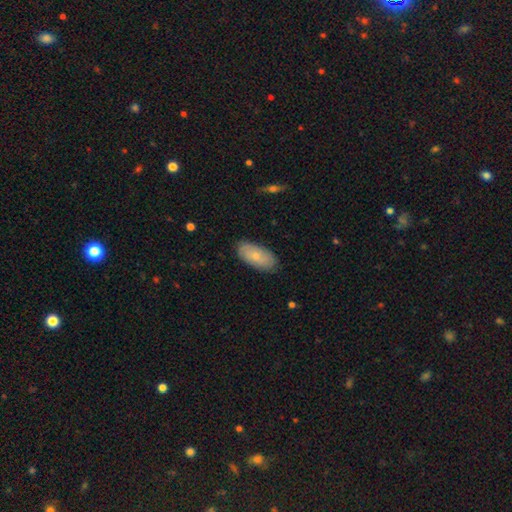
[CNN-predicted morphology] smooth-or-featured: smooth: 64% | featured or disk: 29% | star or artifact: 6%
  how-rounded: in between: 92% | cigar-shaped: 5% | round: 3%
  merging: none: 84% | minor disturbance: 13% | major disturbance: 2% | merger: 1%